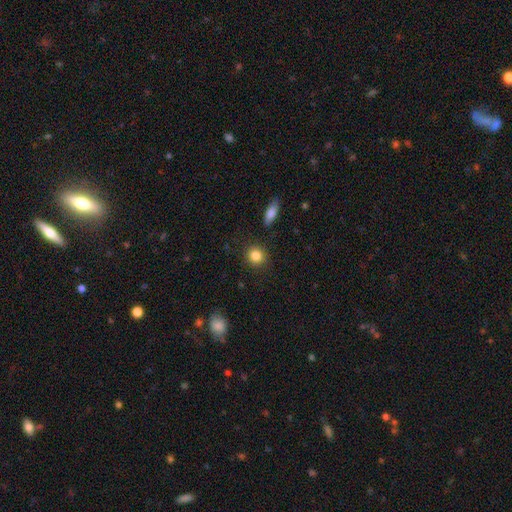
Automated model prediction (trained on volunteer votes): smooth-or-featured: smooth: 85% | star or artifact: 9% | featured or disk: 5%
  how-rounded: round: 87% | in between: 12% | cigar-shaped: 1%
  merging: none: 89% | minor disturbance: 7% | major disturbance: 2% | merger: 2%